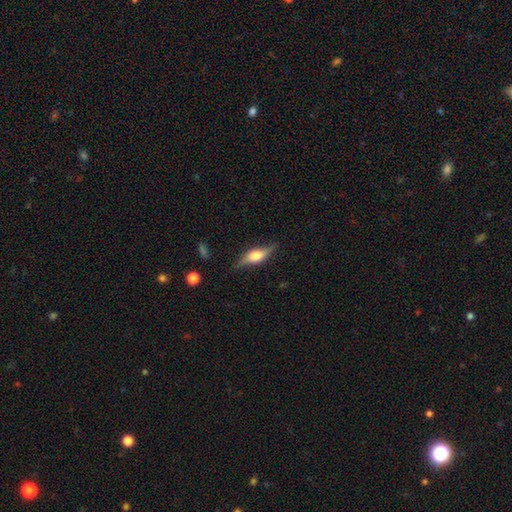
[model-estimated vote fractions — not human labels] smooth-or-featured: featured or disk: 63% | smooth: 30% | star or artifact: 6%
  disk-edge-on: yes: 92% | no: 8%
    edge-on-bulge: rounded: 89% | boxy: 9% | none: 2%
  merging: none: 80% | minor disturbance: 15% | major disturbance: 4% | merger: 1%